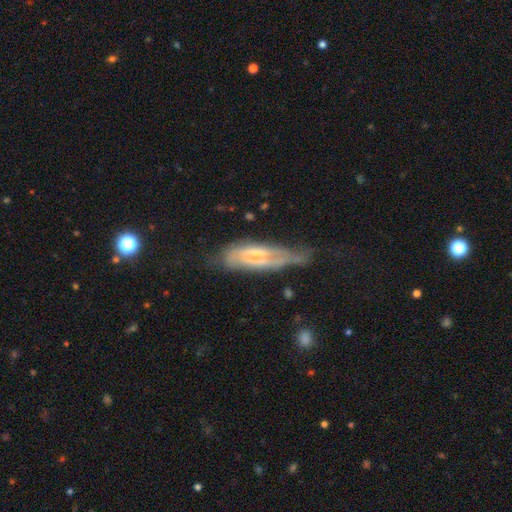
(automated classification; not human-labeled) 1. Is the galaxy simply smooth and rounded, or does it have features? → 63% featured or disk, 29% smooth, 8% star or artifact.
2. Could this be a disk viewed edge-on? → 61% no, 39% yes.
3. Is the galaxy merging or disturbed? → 41% none, 33% minor disturbance, 22% major disturbance, 4% merger.